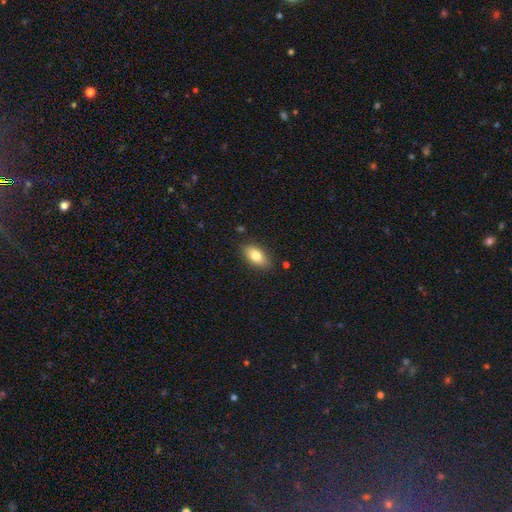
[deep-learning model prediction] Smooth or featured: smooth — 80% (featured or disk — 13%)
How rounded: in between — 90% (round — 5%)
Merging: none — 85% (minor disturbance — 11%)